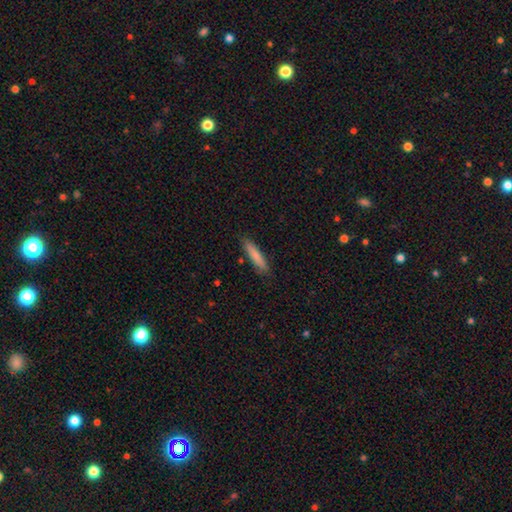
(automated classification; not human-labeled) Smooth or featured? Predicted: smooth (p=0.82). How rounded? Predicted: cigar-shaped (p=0.86). Merging? Predicted: none (p=0.85).